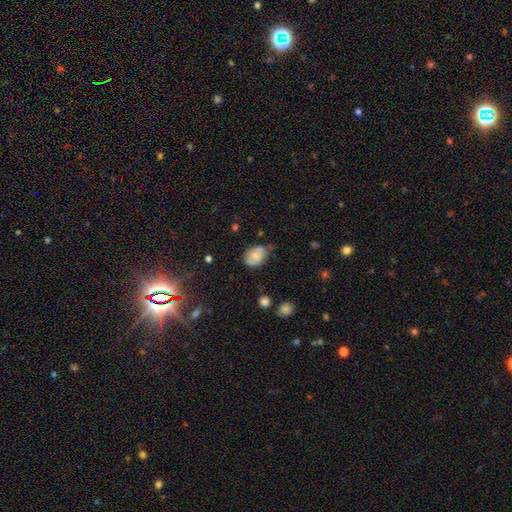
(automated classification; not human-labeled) Overall: smooth (73%). How rounded: in between (76%). Merging: none (53%; minor disturbance 36%).